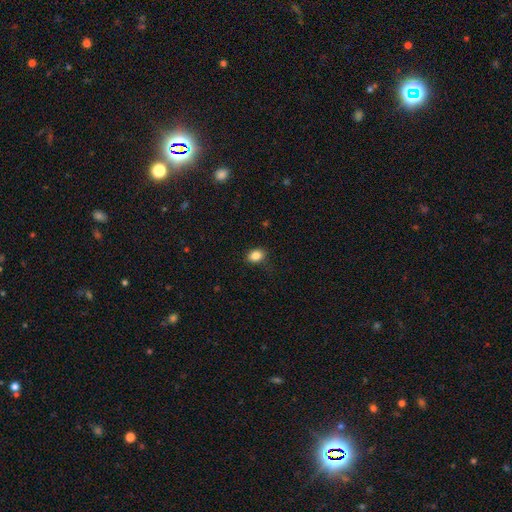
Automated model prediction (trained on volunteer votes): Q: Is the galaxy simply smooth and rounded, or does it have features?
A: smooth — 86%.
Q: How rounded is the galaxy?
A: in between — 66%.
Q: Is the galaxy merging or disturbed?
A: none — 82%.